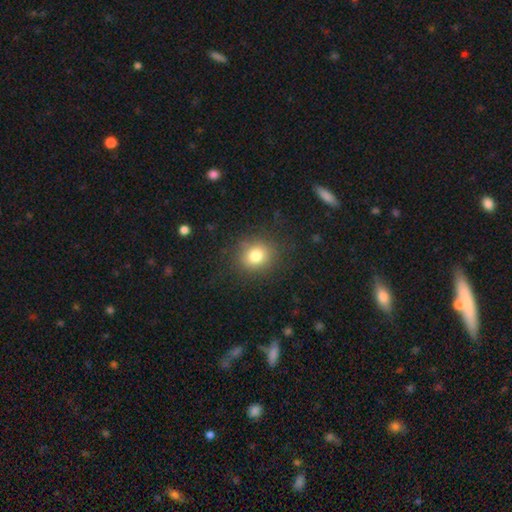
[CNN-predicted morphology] A smooth galaxy with no disk features (79%) that is round (77%).

Vote fractions:
- Smooth or featured? smooth: 79% / star or artifact: 12% / featured or disk: 8%
- How rounded? round: 77% / in between: 22% / cigar-shaped: 1%
- Merging? none: 86% / minor disturbance: 9% / major disturbance: 4% / merger: 1%